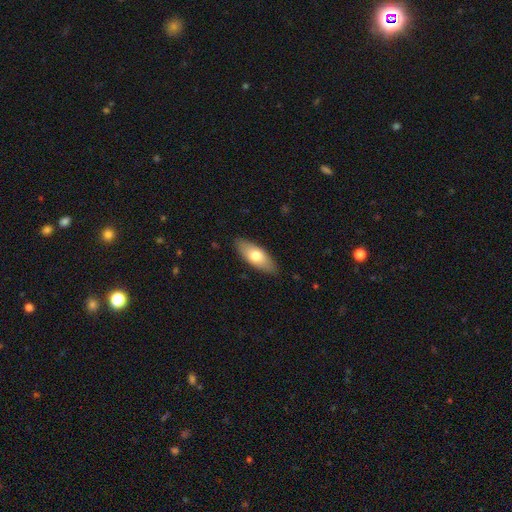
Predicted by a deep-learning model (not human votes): This is likely a smooth galaxy (70%). How rounded: likely in between (76%). Merging: clearly none (87%).